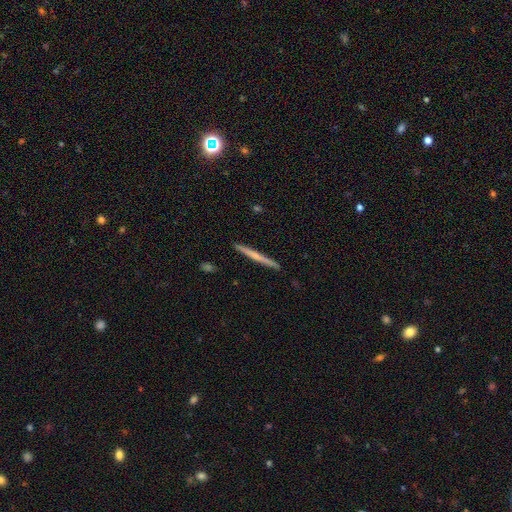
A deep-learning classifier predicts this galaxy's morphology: type=featured or disk (50%); merging=none (92%).